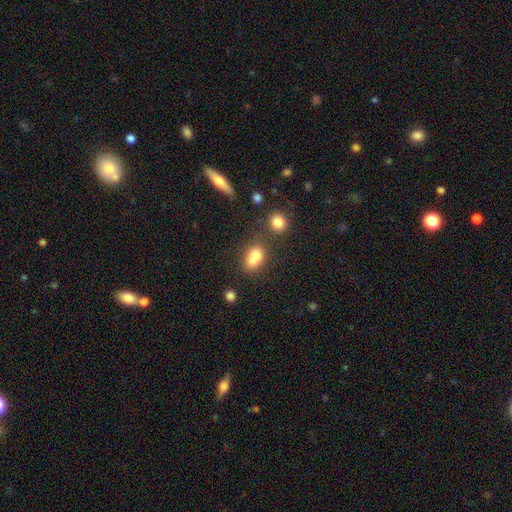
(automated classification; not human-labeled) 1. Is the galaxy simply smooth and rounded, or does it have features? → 73% smooth, 16% featured or disk, 11% star or artifact.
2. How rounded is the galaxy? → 56% in between, 42% round, 2% cigar-shaped.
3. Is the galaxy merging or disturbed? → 51% merger, 32% none, 11% minor disturbance, 6% major disturbance.